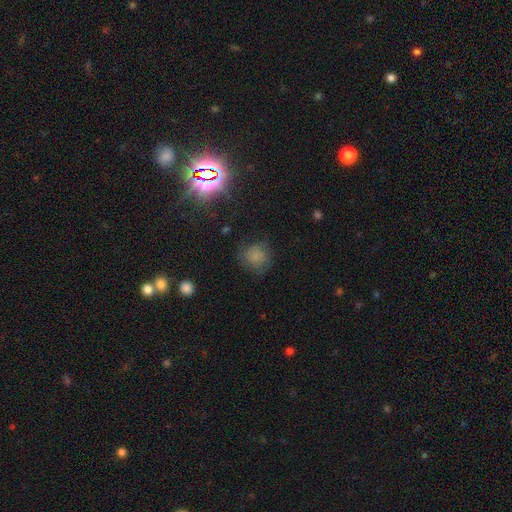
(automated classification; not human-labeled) smooth_or_featured: smooth (p=0.73) [alt: star or artifact p=0.16]
how_rounded: round (p=0.85) [alt: in between p=0.14]
merging: none (p=0.69) [alt: minor disturbance p=0.20]